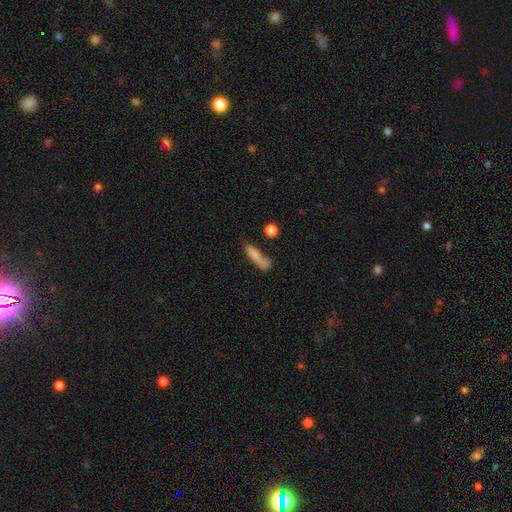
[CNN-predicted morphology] Overall: smooth (75%). How rounded: cigar-shaped (77%). Merging: none (49%; minor disturbance 22%).